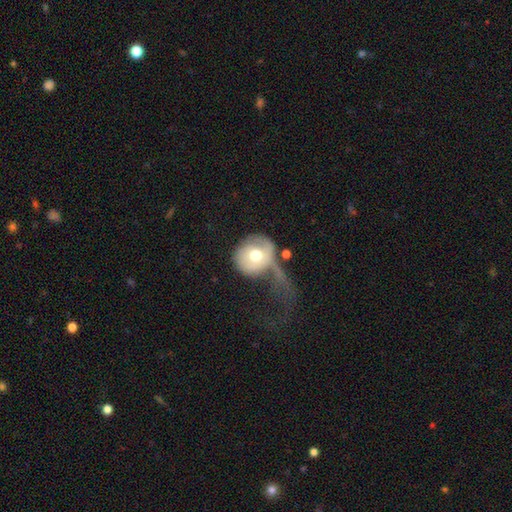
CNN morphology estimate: Overall: smooth (57%; featured or disk 37%). How rounded: round (80%). Merging: major disturbance (55%; none 19%).